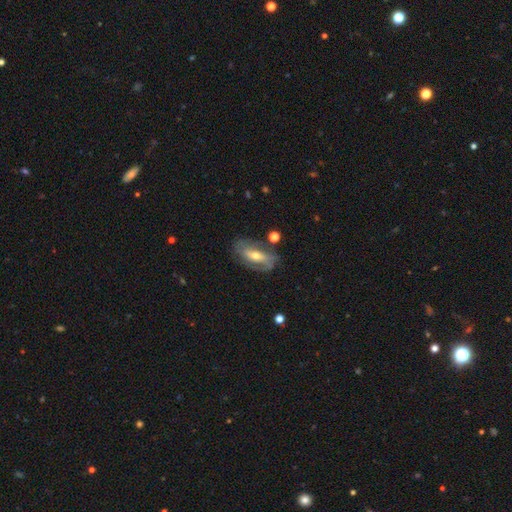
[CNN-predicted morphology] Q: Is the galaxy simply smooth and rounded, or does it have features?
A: featured or disk — 72%.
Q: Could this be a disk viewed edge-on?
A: no — 88%.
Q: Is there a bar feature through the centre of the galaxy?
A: weak — 34%.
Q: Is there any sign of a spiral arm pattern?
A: yes — 80%.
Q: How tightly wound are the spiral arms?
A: tight — 44%.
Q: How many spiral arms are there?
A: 2 — 60%.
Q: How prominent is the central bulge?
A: moderate — 58%.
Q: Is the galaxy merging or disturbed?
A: none — 71%.